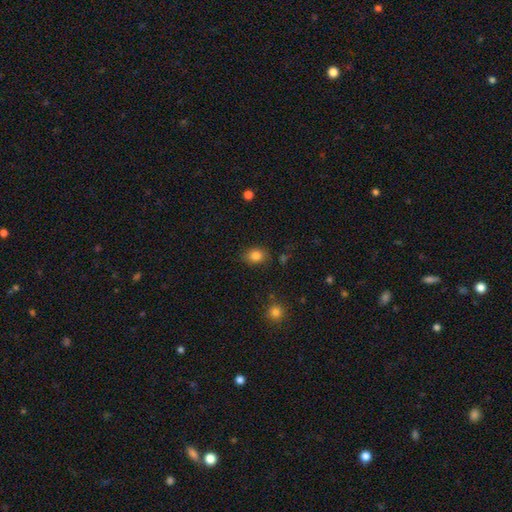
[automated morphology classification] smooth 84%, star or artifact 10%, featured or disk 6%. Down the decision tree: how rounded — in between (59%); merging — none (80%).